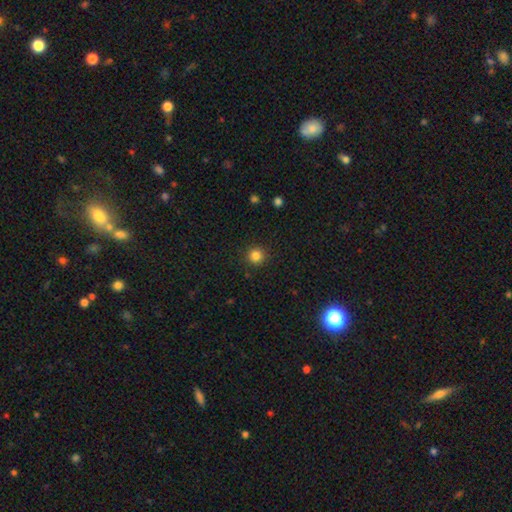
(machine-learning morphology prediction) Overall: smooth (84%). How rounded: round (95%). Merging: none (91%).